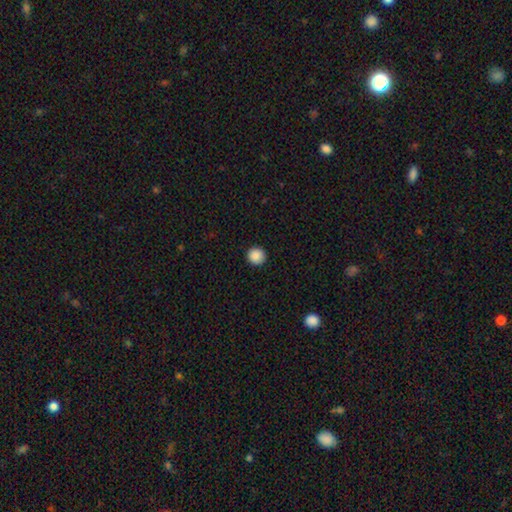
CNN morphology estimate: type=smooth (89%); roundness=round (93%); merging=none (93%).